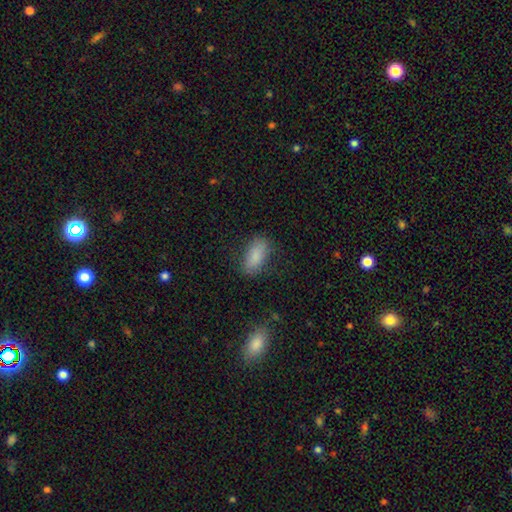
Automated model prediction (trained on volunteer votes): Overall: smooth (86%). How rounded: in between (87%). Merging: none (79%).